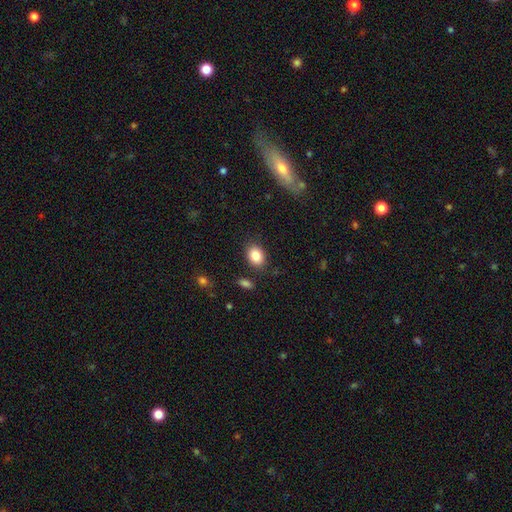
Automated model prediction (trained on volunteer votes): smooth-or-featured: smooth: 86% | star or artifact: 8% | featured or disk: 6%
  how-rounded: in between: 71% | round: 28% | cigar-shaped: 1%
  merging: none: 83% | minor disturbance: 11% | merger: 3% | major disturbance: 3%